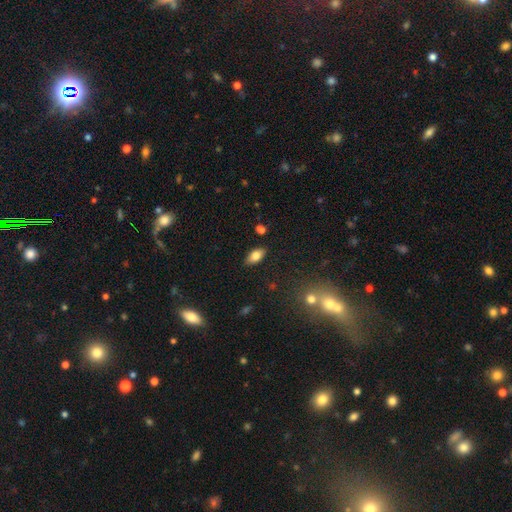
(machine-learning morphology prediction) smooth-or-featured: smooth: 80% | featured or disk: 12% | star or artifact: 8%
  how-rounded: in between: 90% | cigar-shaped: 6% | round: 3%
  merging: none: 85% | minor disturbance: 11% | major disturbance: 2% | merger: 2%